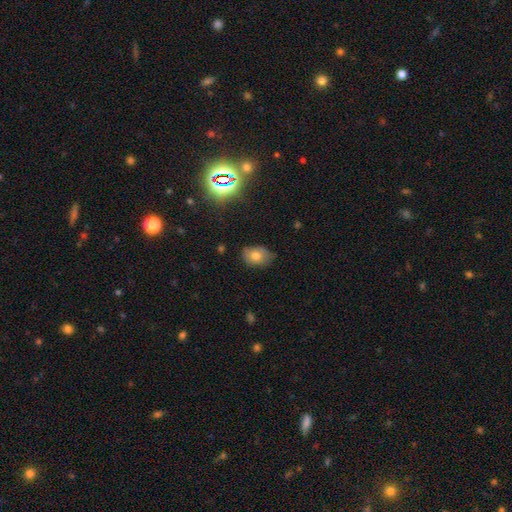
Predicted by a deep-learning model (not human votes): Smooth or featured: smooth — 73% (featured or disk — 15%)
How rounded: in between — 75% (round — 24%)
Merging: none — 72% (minor disturbance — 22%)